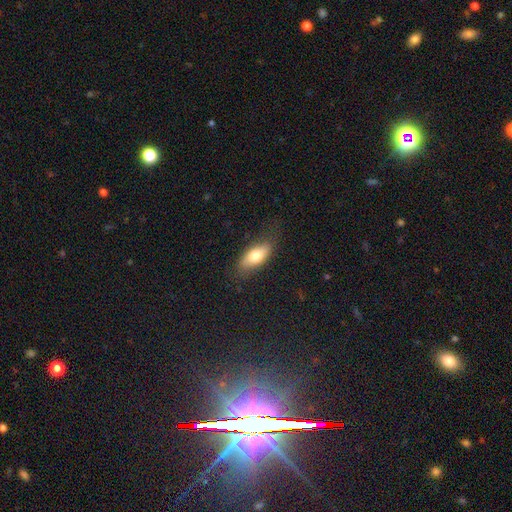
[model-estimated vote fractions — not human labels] smooth_or_featured: smooth (p=0.73) [alt: featured or disk p=0.20]
how_rounded: in between (p=0.81) [alt: cigar-shaped p=0.16]
merging: none (p=0.76) [alt: minor disturbance p=0.18]